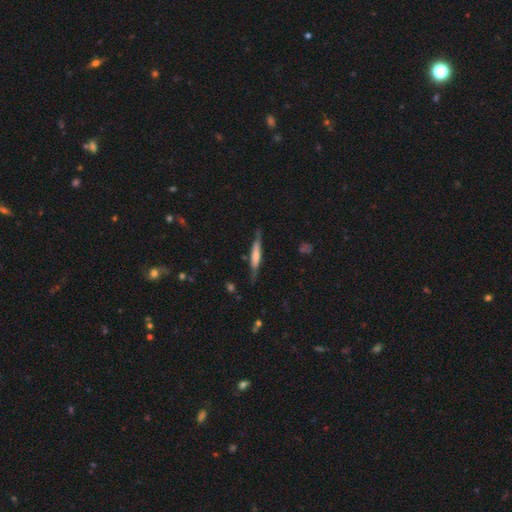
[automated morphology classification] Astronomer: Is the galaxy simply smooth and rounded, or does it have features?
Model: featured or disk — 48% (runner-up: smooth, 46%).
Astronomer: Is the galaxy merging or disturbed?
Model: none — 76%.